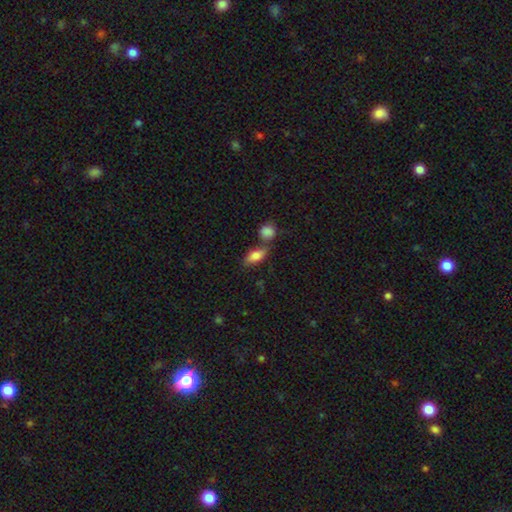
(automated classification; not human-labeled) This is likely a smooth galaxy (78%). How rounded: clearly in between (82%). Merging: possibly none (57%).